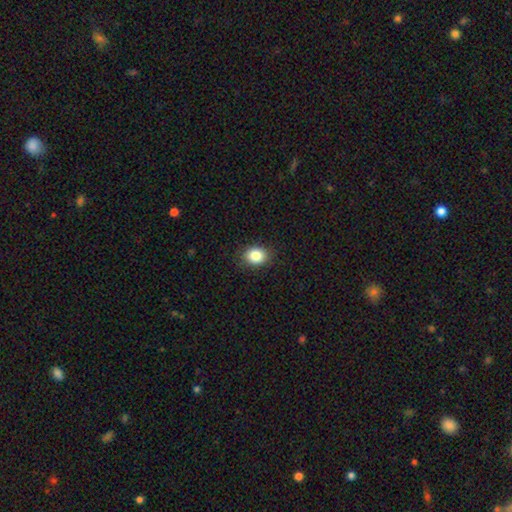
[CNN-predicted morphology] A smooth galaxy with no disk features (84%) that is round (53%). Merging: none (88%).